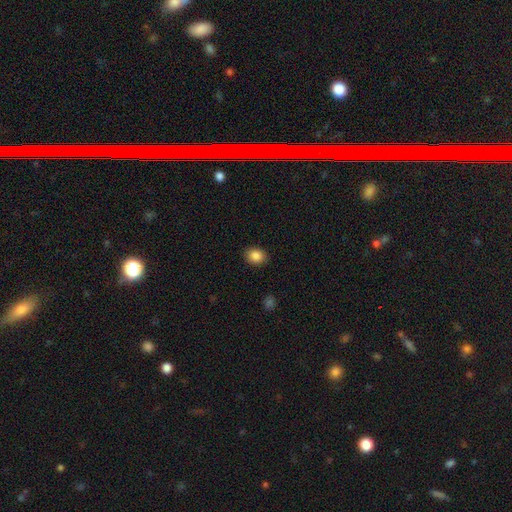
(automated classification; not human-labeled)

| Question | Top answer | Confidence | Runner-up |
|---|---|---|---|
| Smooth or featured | smooth | 86% | star or artifact (9%) |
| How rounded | in between | 53% | round (46%) |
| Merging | none | 90% | minor disturbance (7%) |